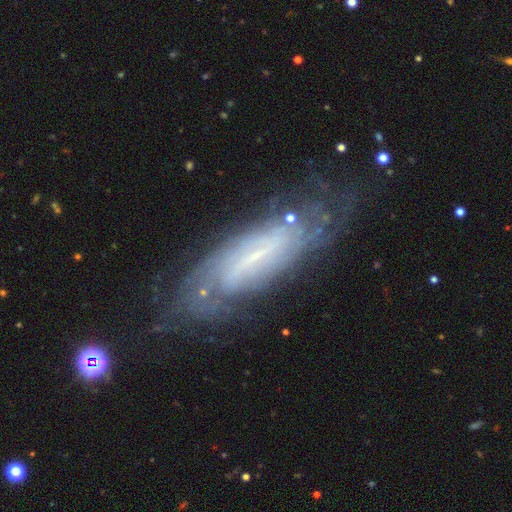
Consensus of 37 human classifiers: smooth_or_featured: featured or disk (p=0.70) [alt: smooth p=0.22]
disk_edge_on: no (p=0.73) [alt: yes p=0.27]
bar: weak (p=0.53) [alt: strong p=0.26]
has_spiral_arms: yes (p=0.89) [alt: no p=0.11]
spiral_winding: medium (p=0.53) [alt: tight p=0.35]
spiral_arm_count: can't tell (p=0.59) [alt: 2 p=0.24]
bulge_size: small (p=0.58) [alt: none p=0.26]
merging: none (p=0.68) [alt: minor disturbance p=0.18]